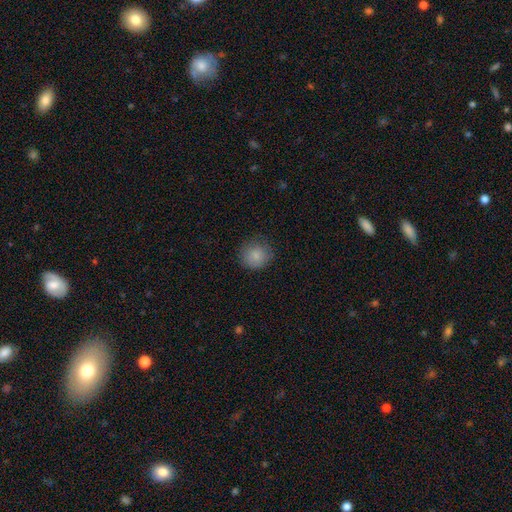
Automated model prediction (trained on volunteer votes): This appears to be a smooth galaxy with no disk features (86%) that is round (90%). Merging: none (79%).